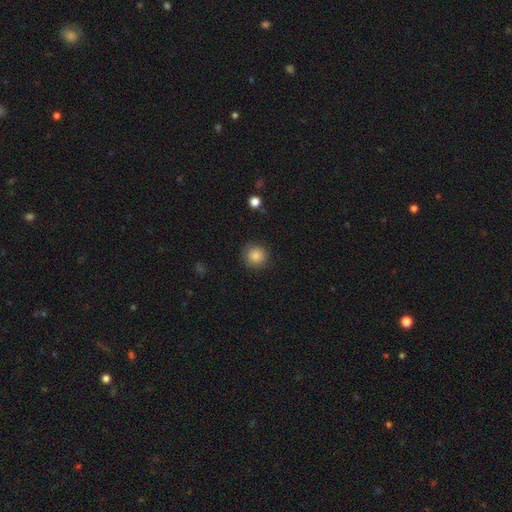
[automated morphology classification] Smooth or featured? smooth (86%)
How rounded? round (92%)
Merging? none (85%)